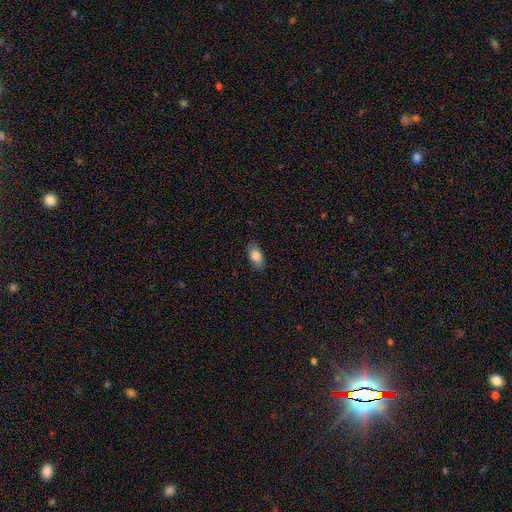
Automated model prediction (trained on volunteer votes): Smooth or featured: smooth — 83% (featured or disk — 10%)
How rounded: in between — 90% (cigar-shaped — 5%)
Merging: none — 84% (minor disturbance — 13%)